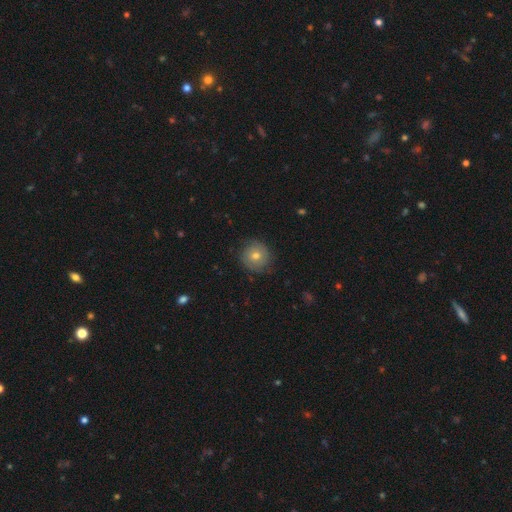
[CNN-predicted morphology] This appears to be a smooth galaxy with no disk features (56%) that is round (93%). Merging: none (83%).